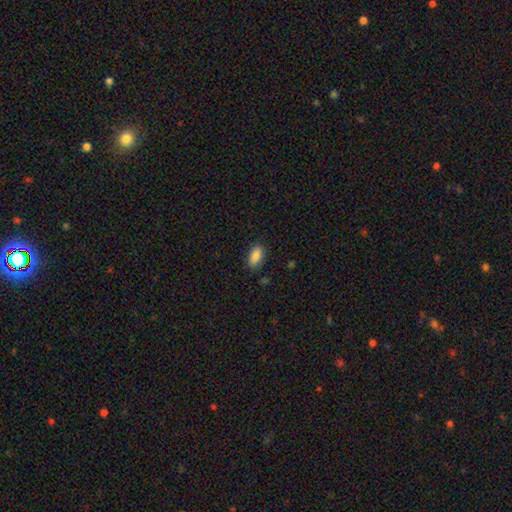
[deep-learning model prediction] Overall: smooth (87%). How rounded: in between (91%). Merging: none (84%).